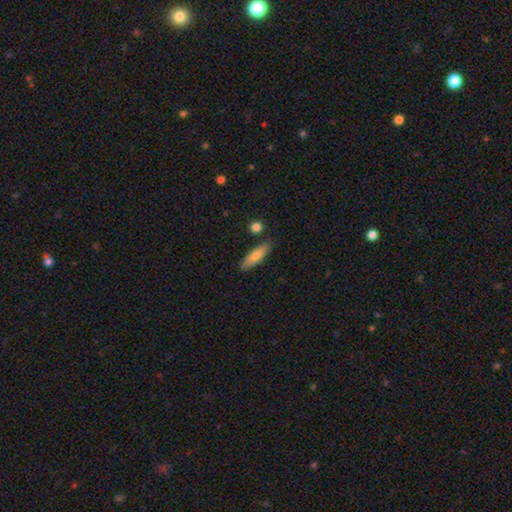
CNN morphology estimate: smooth-or-featured: smooth: 74% | featured or disk: 20% | star or artifact: 6%
  how-rounded: cigar-shaped: 59% | in between: 39% | round: 2%
  merging: none: 82% | minor disturbance: 12% | merger: 4% | major disturbance: 2%